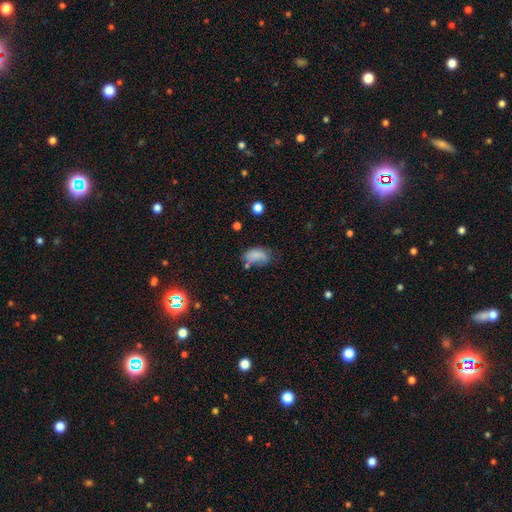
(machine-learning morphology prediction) The model was most divided on "merging": none: 44%, minor disturbance: 30%, major disturbance: 16%, merger: 9%. More confident: how rounded — in between (89%); smooth or featured — smooth (77%).